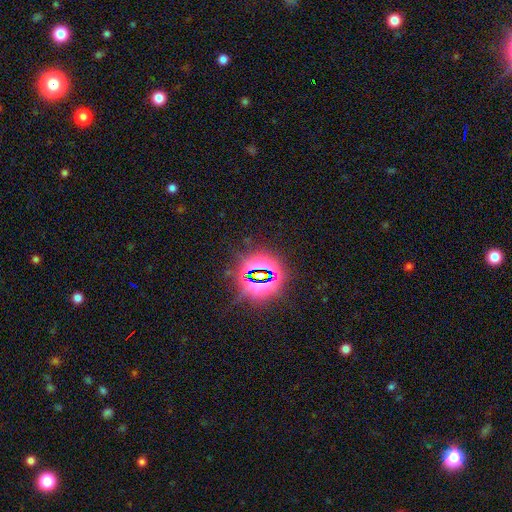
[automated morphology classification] Overall: star or artifact (81%).